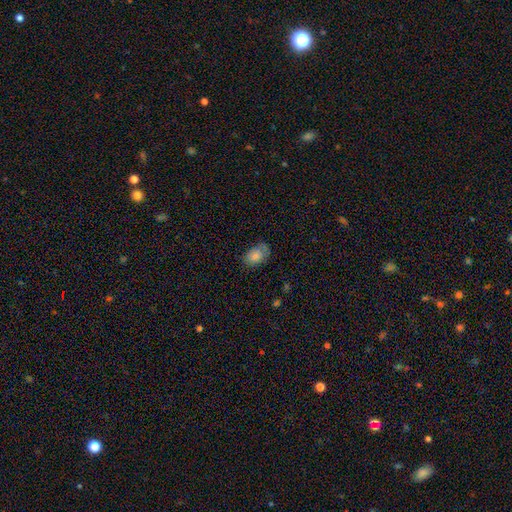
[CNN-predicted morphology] The model was most divided on "merging": none: 68%, minor disturbance: 24%, major disturbance: 7%, merger: 2%. More confident: how rounded — in between (87%); smooth or featured — smooth (79%).